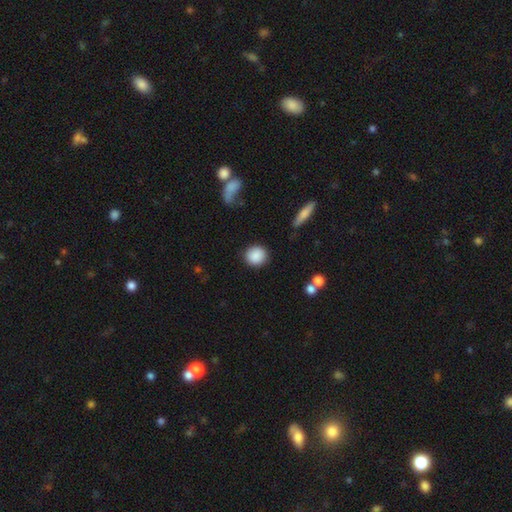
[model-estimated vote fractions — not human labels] This appears to be a smooth galaxy with no disk features (88%) that is round (87%). Merging: none (88%).